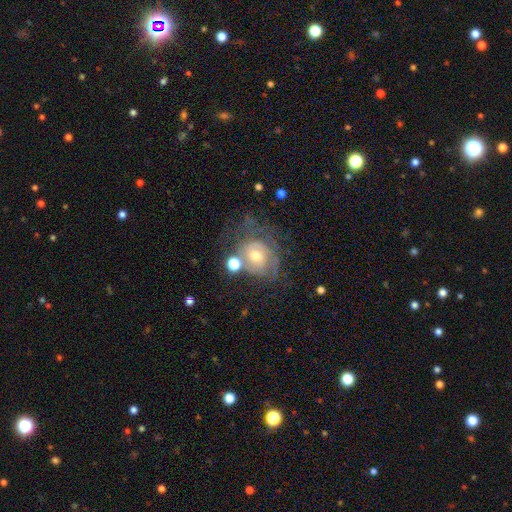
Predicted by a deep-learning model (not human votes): smooth_or_featured: featured or disk (p=0.67) [alt: smooth p=0.22]
disk_edge_on: no (p=0.97) [alt: yes p=0.03]
bar: no (p=0.68) [alt: weak p=0.27]
has_spiral_arms: yes (p=0.79) [alt: no p=0.21]
spiral_winding: tight (p=0.58) [alt: medium p=0.31]
spiral_arm_count: can't tell (p=0.47) [alt: 2 p=0.26]
bulge_size: moderate (p=0.61) [alt: small p=0.31]
merging: none (p=0.44) [alt: major disturbance p=0.23]